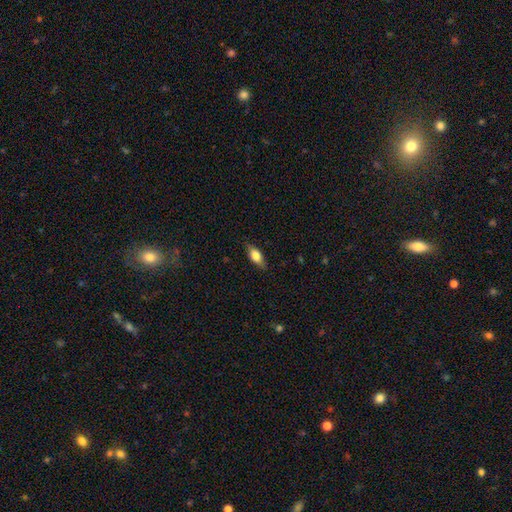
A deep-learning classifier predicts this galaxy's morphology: This is likely a smooth galaxy (72%). How rounded: clearly in between (80%). Merging: clearly none (82%).